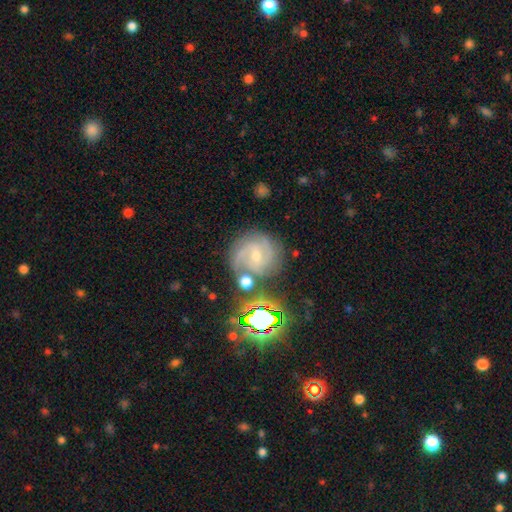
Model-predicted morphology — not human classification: Overall: featured or disk (74%). Edge-on disk: no (97%). Bar: weak (49%; no 36%). Spiral arms: yes (95%). Spiral arm count: 3 (33%, tied with 2). Spiral winding: tight (49%; medium 41%). Bulge size: small (57%; moderate 38%). Merging: none (67%).